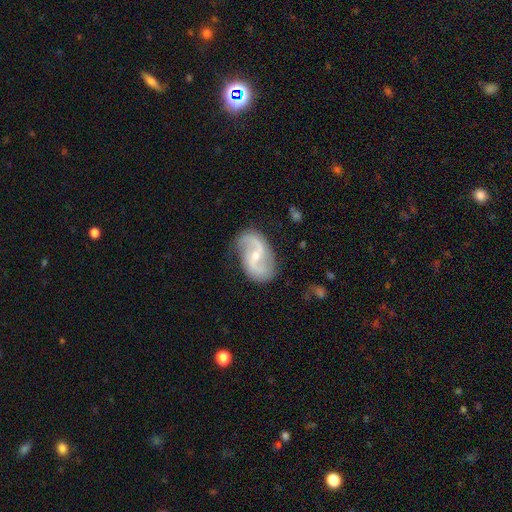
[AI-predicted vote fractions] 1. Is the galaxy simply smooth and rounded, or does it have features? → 87% featured or disk, 8% smooth, 5% star or artifact.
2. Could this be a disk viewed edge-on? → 97% no, 3% yes.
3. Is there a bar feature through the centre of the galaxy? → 46% weak, 33% no, 21% strong.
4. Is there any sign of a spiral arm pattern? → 96% yes, 4% no.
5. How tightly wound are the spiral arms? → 57% loose, 34% medium, 9% tight.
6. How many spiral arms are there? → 92% 2, 3% can't tell, 2% 1, 1% 3, 1% 4, 1% more than 4.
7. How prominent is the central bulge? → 62% small, 34% moderate, 2% none, 1% large, 1% dominant.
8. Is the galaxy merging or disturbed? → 78% none, 15% minor disturbance, 5% major disturbance, 2% merger.